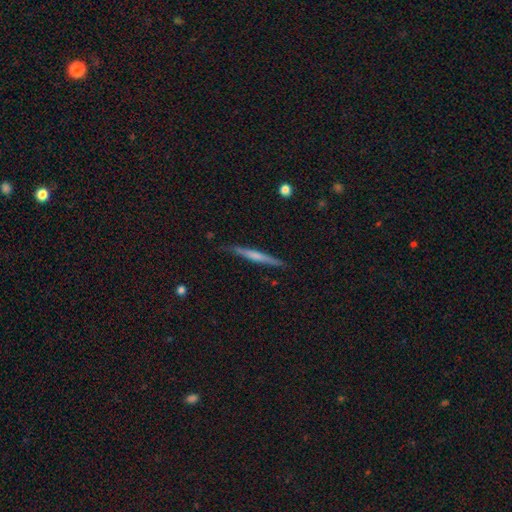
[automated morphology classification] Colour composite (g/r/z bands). It shows a featured or disk galaxy (54%) viewed edge-on (97%) with no central bulge (51%). Merging: none (84%).